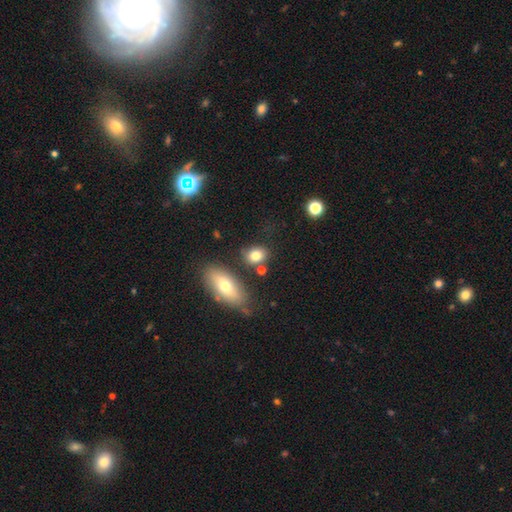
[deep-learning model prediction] smooth-or-featured: smooth: 80% | star or artifact: 10% | featured or disk: 9%
  how-rounded: in between: 52% | round: 46% | cigar-shaped: 2%
  merging: none: 72% | minor disturbance: 13% | merger: 10% | major disturbance: 4%